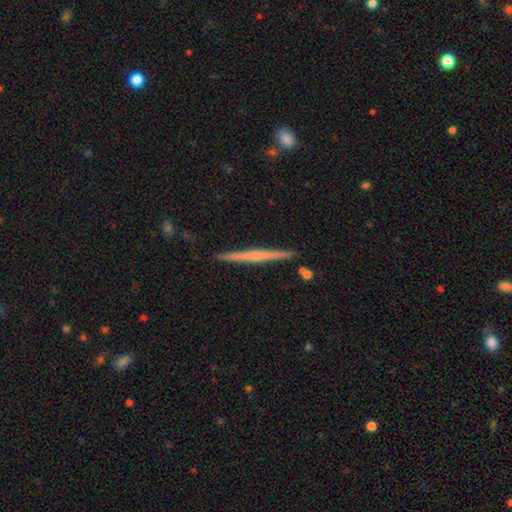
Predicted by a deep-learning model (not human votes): Smooth or featured? featured or disk (60%)
Edge-on disk? yes (98%)
Edge-on bulge? none (66%)
Merging? none (91%)